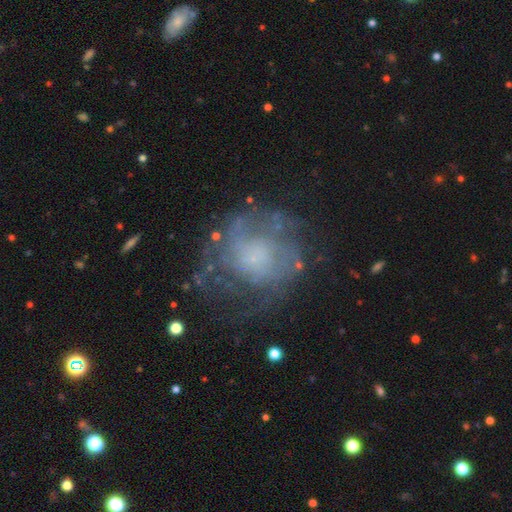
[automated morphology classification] Smooth or featured? Predicted: featured or disk (p=0.64). Edge-on disk? Predicted: no (p=0.98). Bar? Predicted: no (p=0.81). Spiral arms? Predicted: yes (p=0.63). Bulge size? Predicted: small (p=0.39). Merging? Predicted: none (p=0.60).